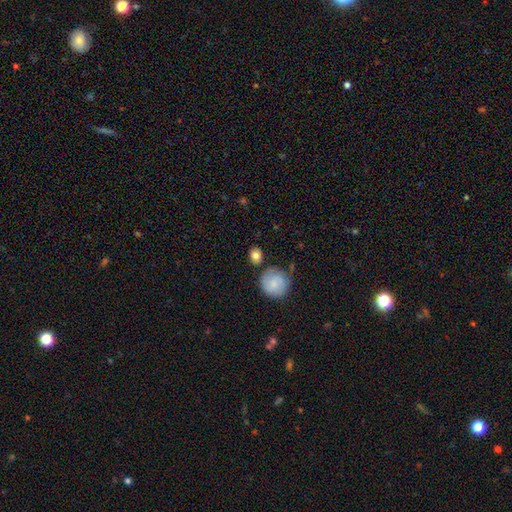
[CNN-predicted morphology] Overall: smooth (81%). How rounded: round (72%). Merging: none (72%).